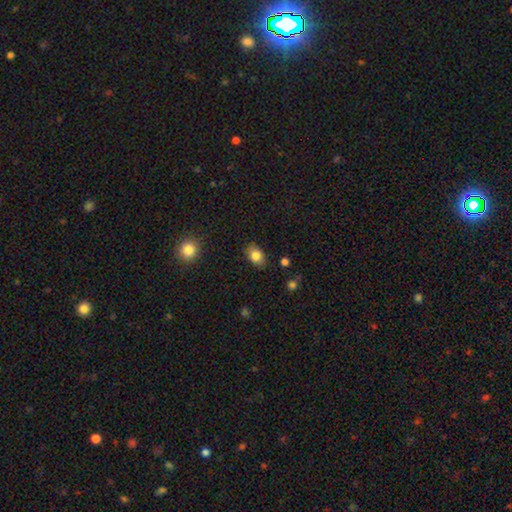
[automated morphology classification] A smooth galaxy with no disk features (82%) that is in between round and cigar-shaped (79%).

Vote fractions:
- Smooth or featured? smooth: 82% / star or artifact: 9% / featured or disk: 9%
- How rounded? in between: 79% / round: 20% / cigar-shaped: 1%
- Merging? none: 84% / minor disturbance: 12% / major disturbance: 3% / merger: 1%